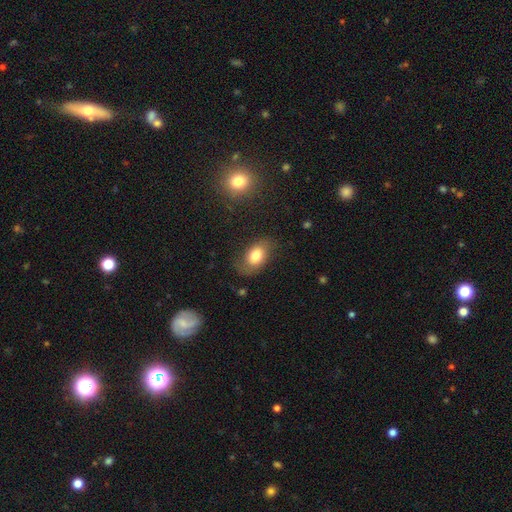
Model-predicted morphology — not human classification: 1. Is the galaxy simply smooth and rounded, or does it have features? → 69% smooth, 22% featured or disk, 9% star or artifact.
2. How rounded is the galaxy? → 86% in between, 13% round, 2% cigar-shaped.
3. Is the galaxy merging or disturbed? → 65% none, 23% minor disturbance, 10% major disturbance, 2% merger.